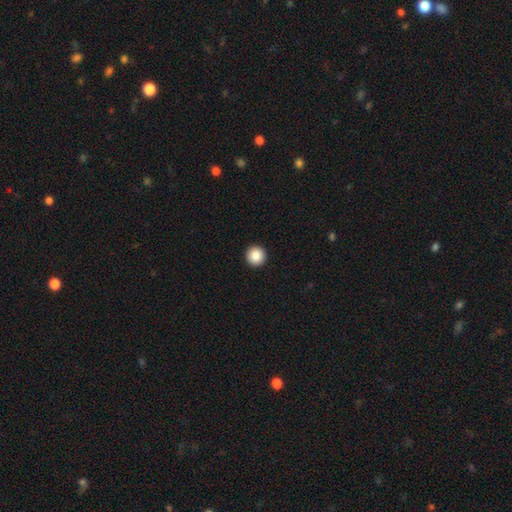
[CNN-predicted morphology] The model was most divided on "smooth or featured": smooth: 86%, star or artifact: 9%, featured or disk: 5%. More confident: how rounded — round (97%); merging — none (94%).